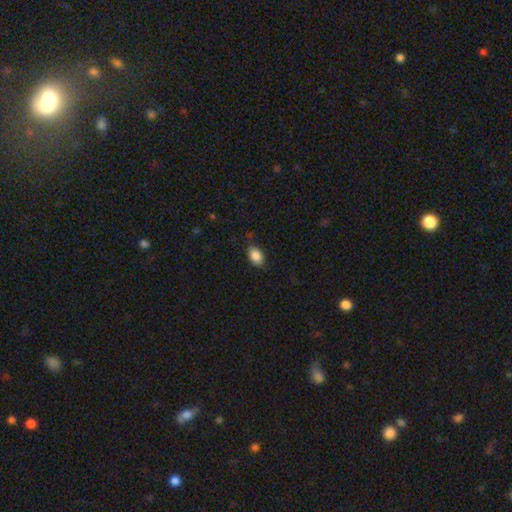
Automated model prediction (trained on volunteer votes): Overall: smooth (87%). How rounded: in between (85%). Merging: none (78%).